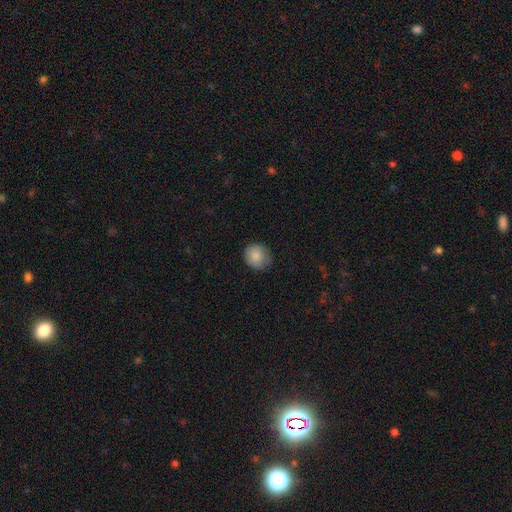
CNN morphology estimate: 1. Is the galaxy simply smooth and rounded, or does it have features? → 86% smooth, 8% star or artifact, 6% featured or disk.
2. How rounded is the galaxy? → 78% round, 21% in between, 1% cigar-shaped.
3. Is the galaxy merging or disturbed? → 77% none, 18% minor disturbance, 4% major disturbance, 1% merger.